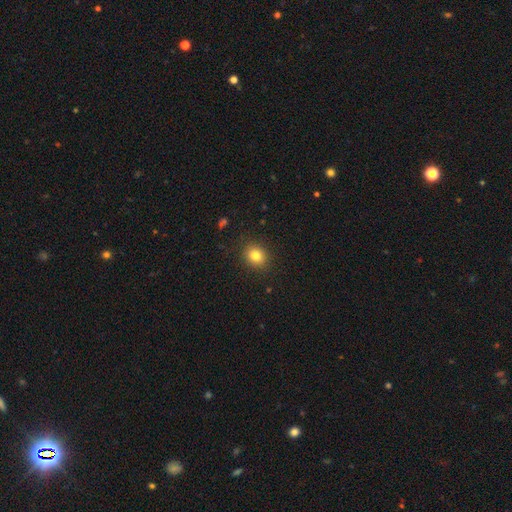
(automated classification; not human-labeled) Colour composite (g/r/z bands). It shows a smooth galaxy with no disk features (82%) that is round (68%). Merging: none (89%).